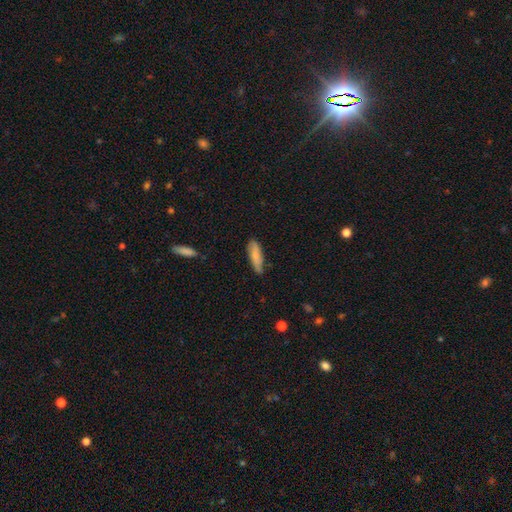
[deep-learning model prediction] Smooth or featured: smooth — 78% (featured or disk — 16%)
How rounded: cigar-shaped — 60% (in between — 38%)
Merging: none — 72% (minor disturbance — 23%)